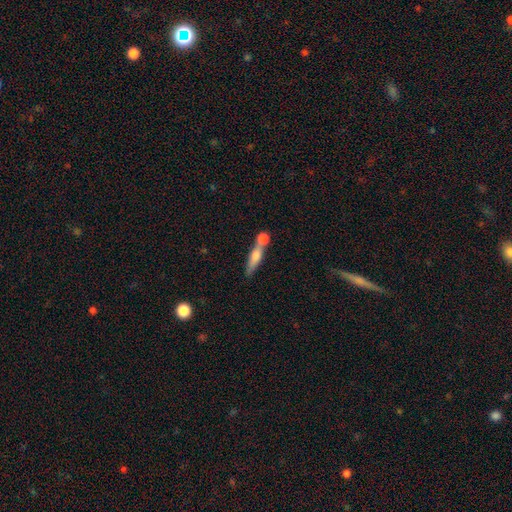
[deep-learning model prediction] Overall: smooth (61%; featured or disk 32%). How rounded: cigar-shaped (71%). Merging: merger (47%; none 39%).